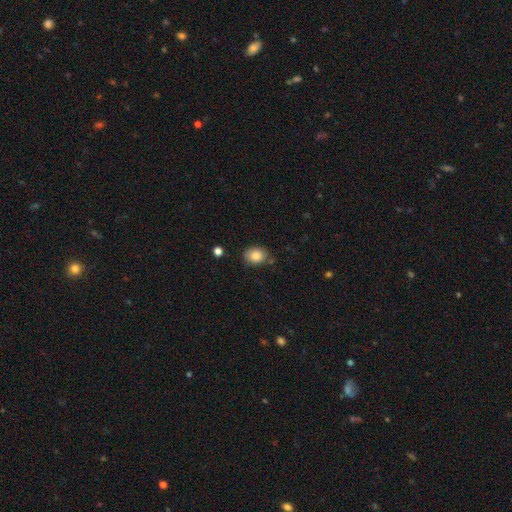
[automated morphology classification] smooth 84%, star or artifact 9%, featured or disk 7%. Down the decision tree: how rounded — in between (59%); merging — none (75%).